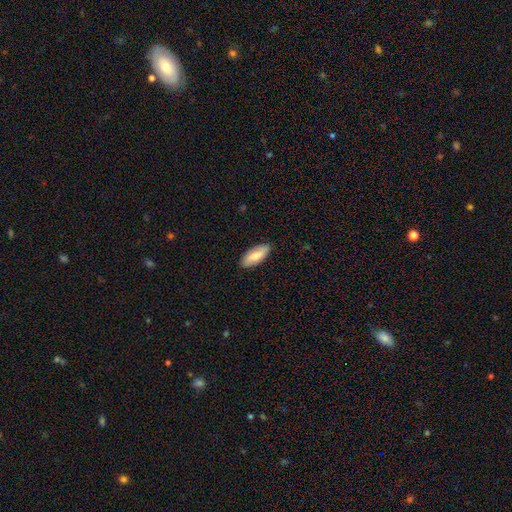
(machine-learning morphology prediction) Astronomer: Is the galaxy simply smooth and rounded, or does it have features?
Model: smooth — 77%.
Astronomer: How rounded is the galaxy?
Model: in between — 84%.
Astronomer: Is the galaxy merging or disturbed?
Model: none — 88%.